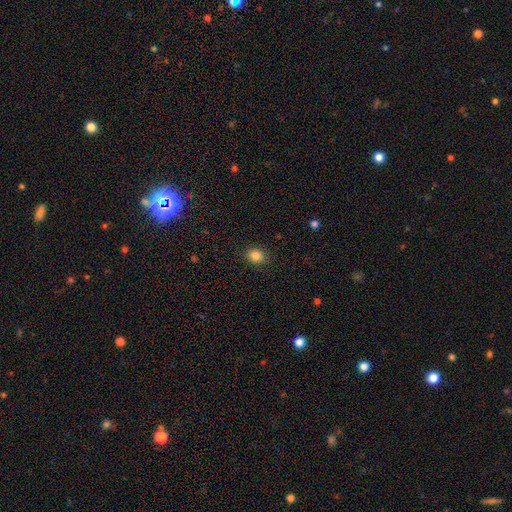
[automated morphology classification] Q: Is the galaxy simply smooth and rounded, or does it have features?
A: smooth — 85%.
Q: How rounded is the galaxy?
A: round — 62%.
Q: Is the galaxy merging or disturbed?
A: none — 86%.